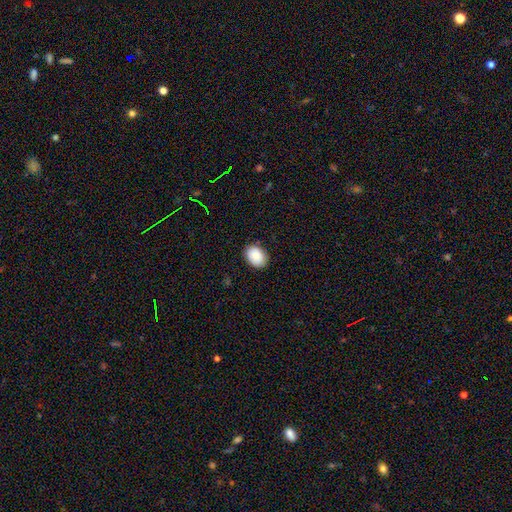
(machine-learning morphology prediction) Overall: smooth (89%). How rounded: in between (71%). Merging: none (86%).